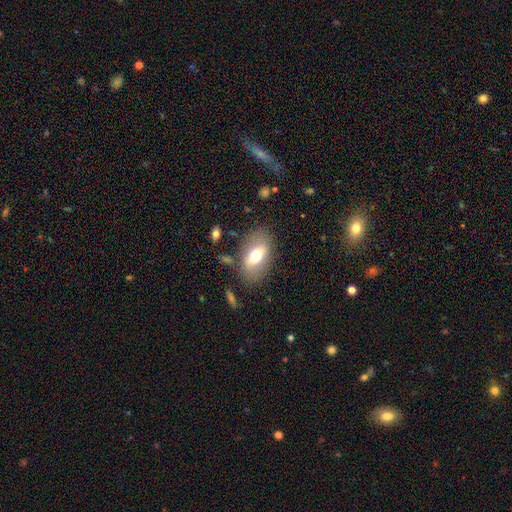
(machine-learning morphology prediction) Overall: smooth (59%; featured or disk 32%). How rounded: in between (87%). Merging: none (76%).